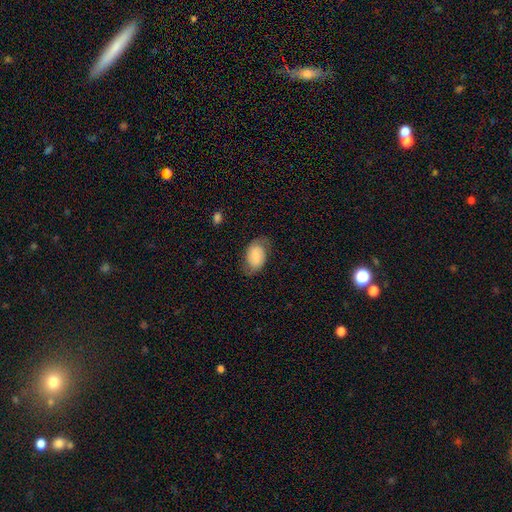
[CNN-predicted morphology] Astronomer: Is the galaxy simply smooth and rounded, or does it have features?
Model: featured or disk — 46%, tied with smooth at 46%.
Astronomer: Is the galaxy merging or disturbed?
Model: none — 67%.